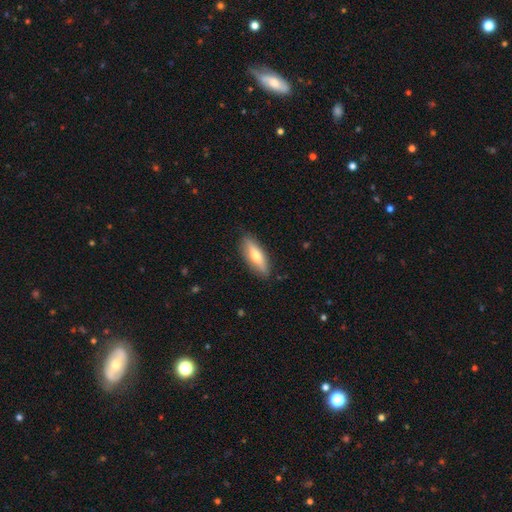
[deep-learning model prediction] Q: Smooth or featured?
A: smooth (59%); runner-up: featured or disk (36%)
Q: How rounded?
A: cigar-shaped (50%); runner-up: in between (48%)
Q: Merging?
A: none (85%); runner-up: minor disturbance (11%)